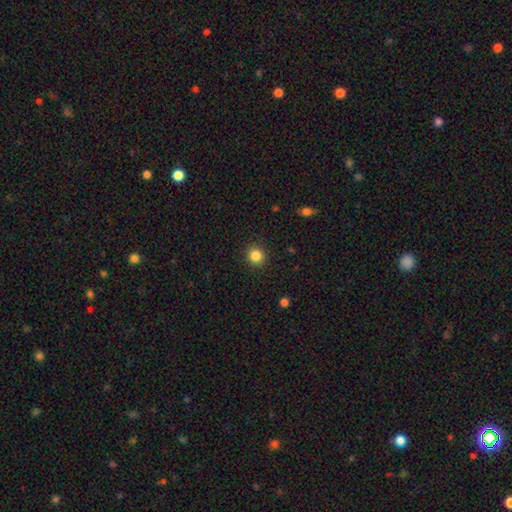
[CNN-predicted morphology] Overall: smooth (85%). How rounded: round (87%). Merging: none (91%).